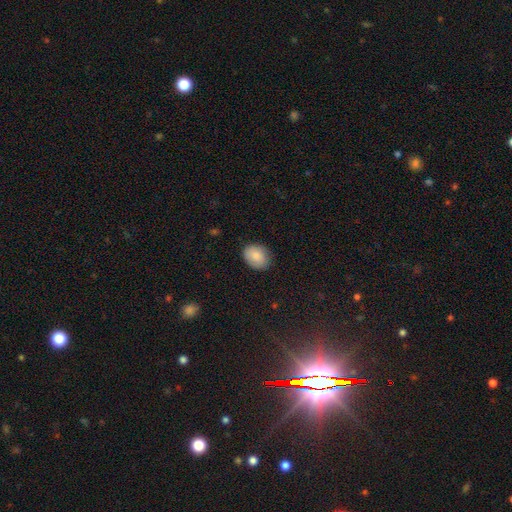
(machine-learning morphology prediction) type=smooth (85%); roundness=in between (59%); merging=none (82%).